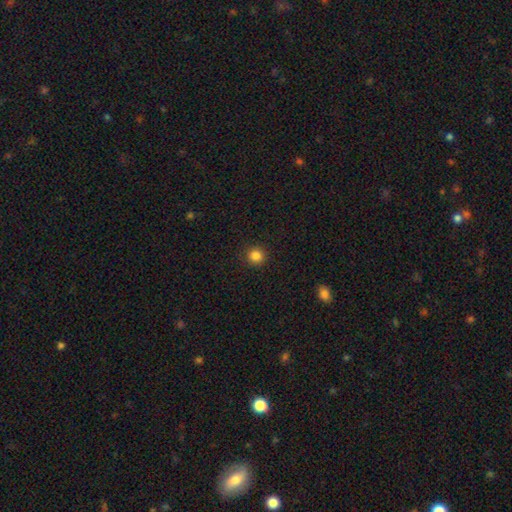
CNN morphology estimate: This is clearly a smooth galaxy (84%). How rounded: clearly round (93%). Merging: clearly none (91%).